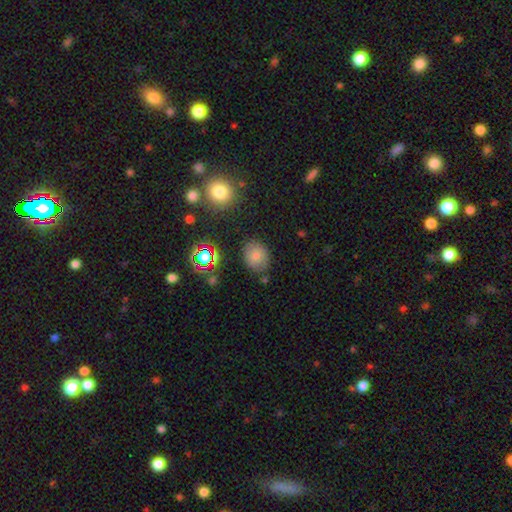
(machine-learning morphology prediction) Smooth or featured?
  - smooth: 74% *
  - star or artifact: 16%
  - featured or disk: 10%
How rounded?
  - round: 54% *
  - in between: 45%
  - cigar-shaped: 1%
Merging?
  - none: 79% *
  - minor disturbance: 13%
  - merger: 4%
  - major disturbance: 4%